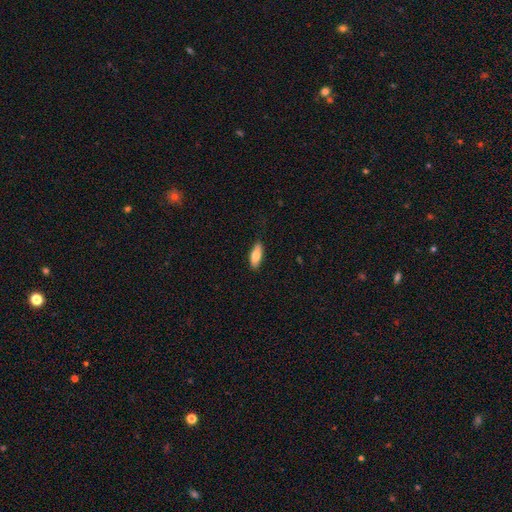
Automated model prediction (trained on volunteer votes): A smooth galaxy with no disk features (77%) that is in between round and cigar-shaped (67%).

Vote fractions:
- Smooth or featured? smooth: 77% / featured or disk: 17% / star or artifact: 6%
- How rounded? in between: 67% / cigar-shaped: 31% / round: 2%
- Merging? none: 84% / minor disturbance: 12% / major disturbance: 2% / merger: 1%